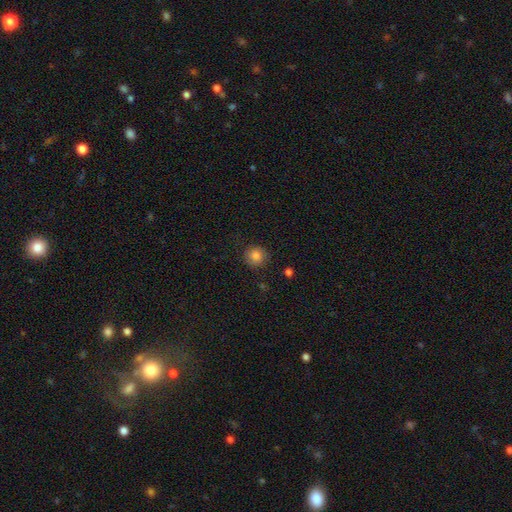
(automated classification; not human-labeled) This is clearly a smooth galaxy (83%). How rounded: clearly round (90%). Merging: clearly none (84%).